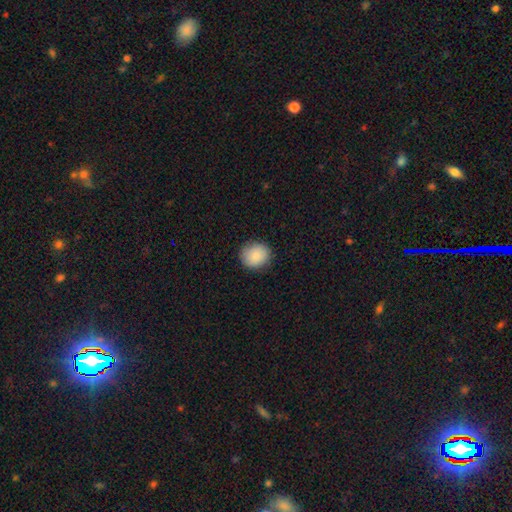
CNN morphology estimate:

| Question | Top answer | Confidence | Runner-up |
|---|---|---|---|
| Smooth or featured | smooth | 88% | star or artifact (7%) |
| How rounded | round | 78% | in between (21%) |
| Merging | none | 87% | minor disturbance (10%) |